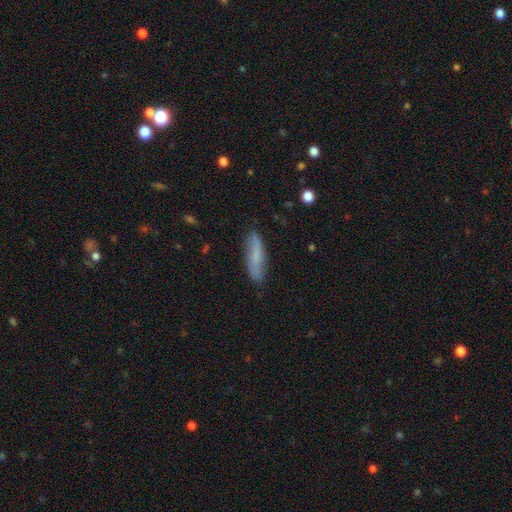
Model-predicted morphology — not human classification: type=smooth (65%); roundness=cigar-shaped (70%); merging=none (81%).